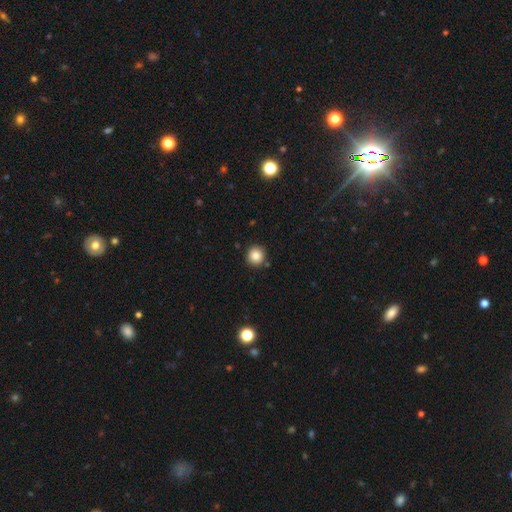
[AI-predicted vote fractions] Overall: smooth (85%). How rounded: round (92%). Merging: none (88%).